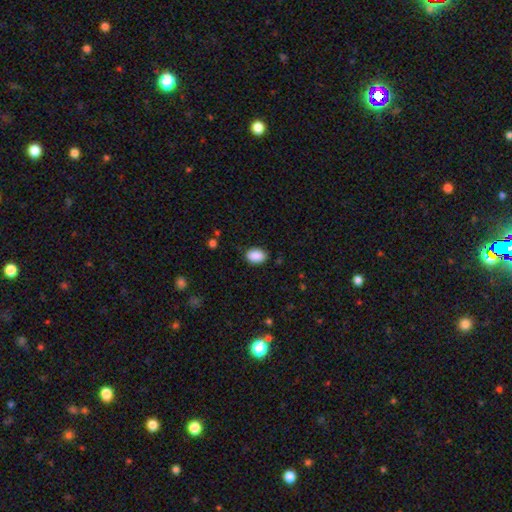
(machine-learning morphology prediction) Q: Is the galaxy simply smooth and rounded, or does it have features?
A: smooth — 90%.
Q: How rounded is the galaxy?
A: in between — 82%.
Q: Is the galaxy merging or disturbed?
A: none — 85%.